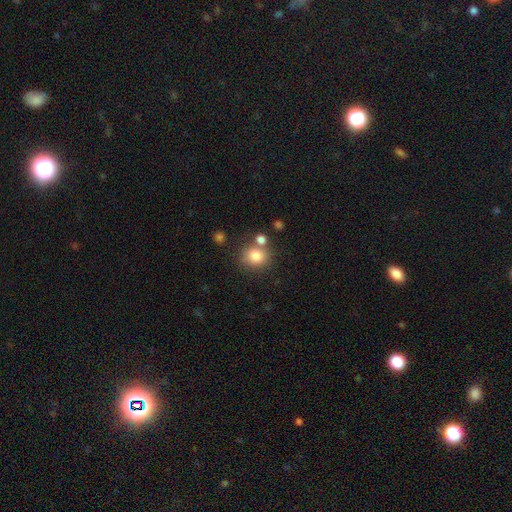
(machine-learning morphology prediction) Overall: smooth (82%). How rounded: round (76%). Merging: none (67%).